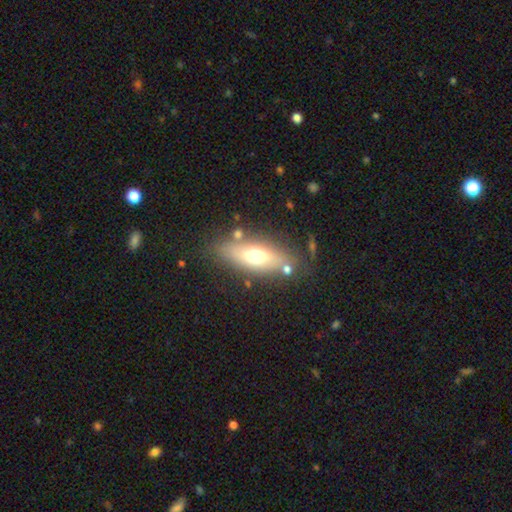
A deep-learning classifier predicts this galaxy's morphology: smooth 54%, featured or disk 38%, star or artifact 8%. Down the decision tree: how rounded — in between (64%); merging — none (76%).